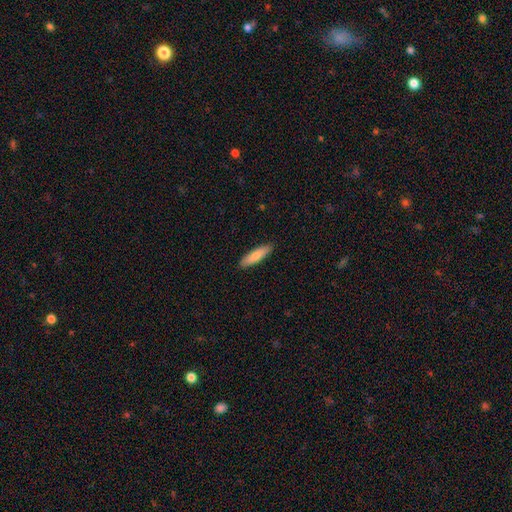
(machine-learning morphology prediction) type=smooth (81%); roundness=cigar-shaped (71%); merging=none (90%).